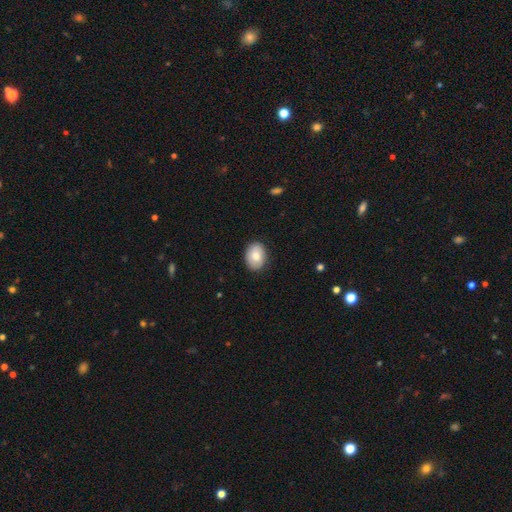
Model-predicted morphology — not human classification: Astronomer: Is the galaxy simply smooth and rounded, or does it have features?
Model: smooth — 81%.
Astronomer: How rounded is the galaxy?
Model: in between — 74%.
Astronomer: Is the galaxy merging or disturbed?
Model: none — 87%.